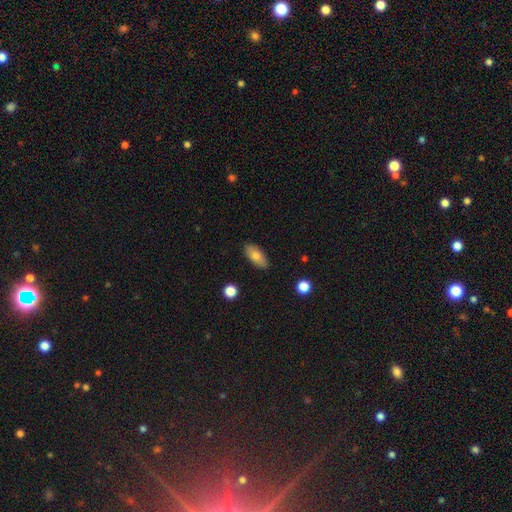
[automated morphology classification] A smooth galaxy with no disk features (77%) that is in between round and cigar-shaped (86%).

Vote fractions:
- Smooth or featured? smooth: 77% / featured or disk: 16% / star or artifact: 7%
- How rounded? in between: 86% / cigar-shaped: 11% / round: 3%
- Merging? none: 87% / minor disturbance: 10% / major disturbance: 2% / merger: 1%